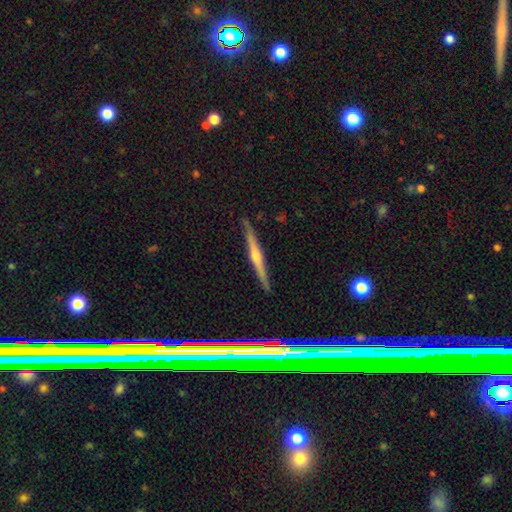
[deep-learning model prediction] A featured or disk galaxy (66%) viewed edge-on (93%) with a rounded central bulge (66%).

Vote fractions:
- Smooth or featured? featured or disk: 66% / smooth: 20% / star or artifact: 14%
- Edge-on disk? yes: 93% / no: 7%
- Edge-on bulge? rounded: 66% / none: 24% / boxy: 10%
- Merging? none: 87% / minor disturbance: 10% / major disturbance: 2% / merger: 2%